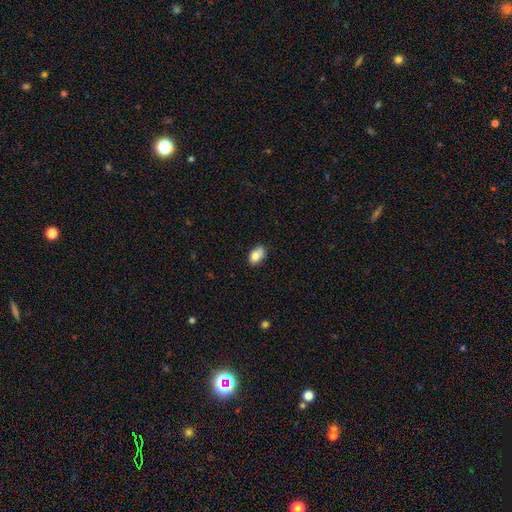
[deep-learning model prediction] smooth_or_featured: smooth (p=0.78) [alt: featured or disk p=0.13]
how_rounded: in between (p=0.80) [alt: round p=0.19]
merging: none (p=0.52) [alt: minor disturbance p=0.29]